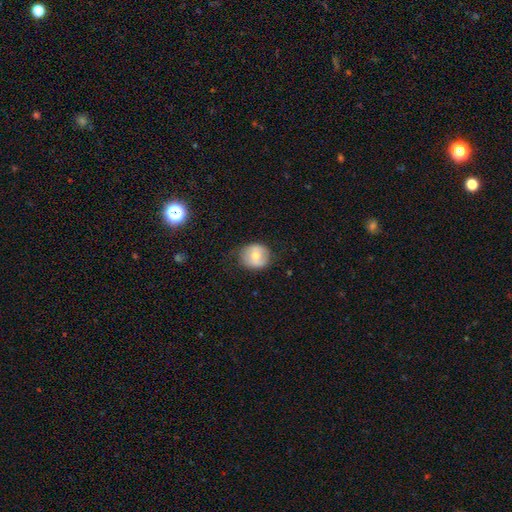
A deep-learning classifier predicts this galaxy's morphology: This is possibly a smooth galaxy (58%). How rounded: clearly round (81%). Merging: likely none (74%).